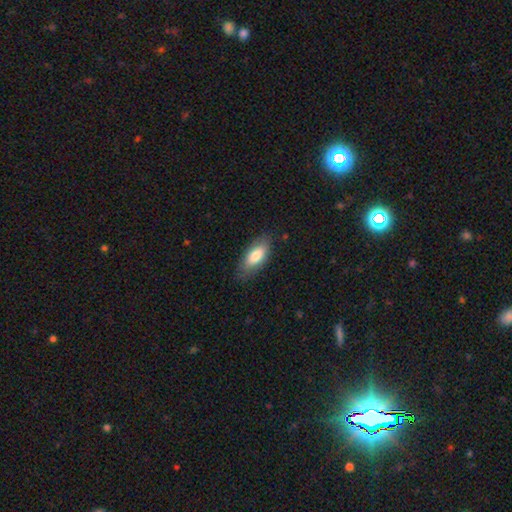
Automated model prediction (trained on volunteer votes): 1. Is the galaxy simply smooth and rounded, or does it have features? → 76% smooth, 18% featured or disk, 6% star or artifact.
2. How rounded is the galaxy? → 84% in between, 13% cigar-shaped, 2% round.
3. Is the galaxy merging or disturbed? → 78% none, 17% minor disturbance, 4% major disturbance, 1% merger.